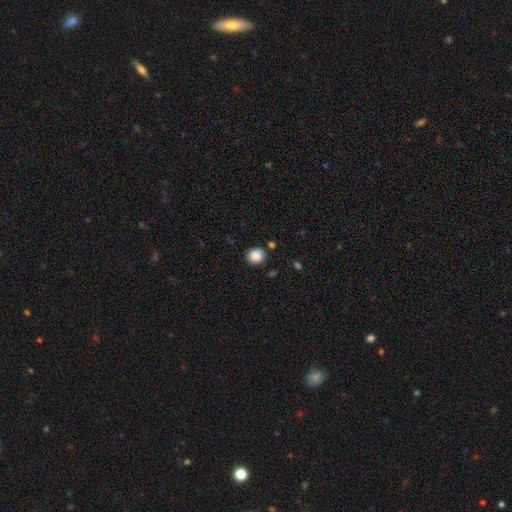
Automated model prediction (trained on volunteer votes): This appears to be a smooth galaxy with no disk features (87%) that is round (82%). Merging: none (86%).